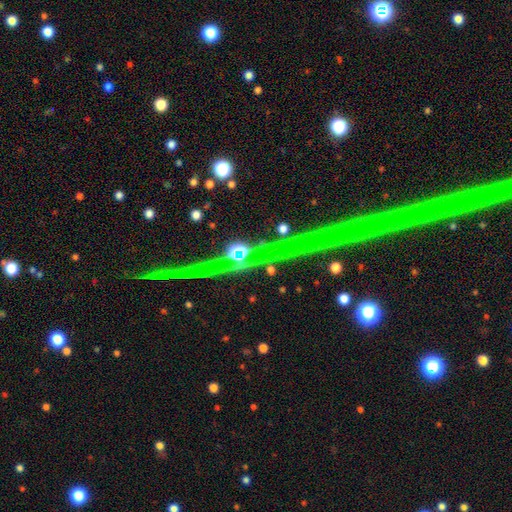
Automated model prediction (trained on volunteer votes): Q: Smooth or featured?
A: star or artifact (67%); runner-up: featured or disk (25%)